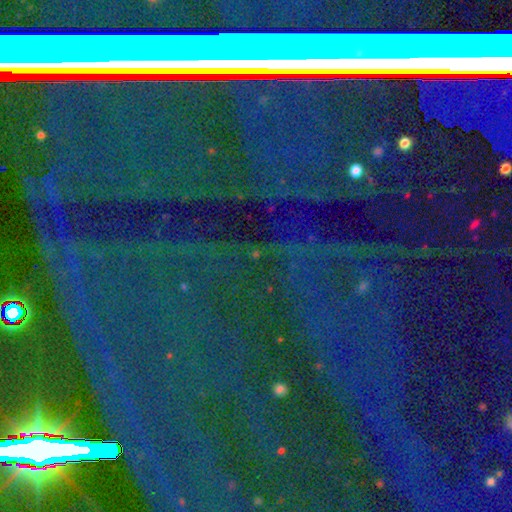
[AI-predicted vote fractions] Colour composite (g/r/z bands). It shows a star or artifact, not a galaxy (86%).